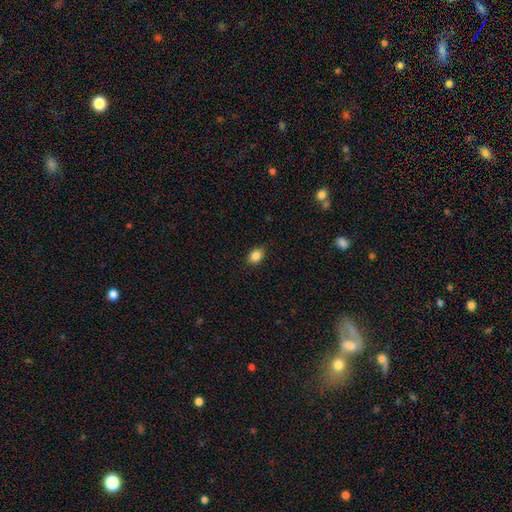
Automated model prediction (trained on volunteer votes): smooth 86%, star or artifact 9%, featured or disk 5%. Down the decision tree: how rounded — in between (69%); merging — none (86%).